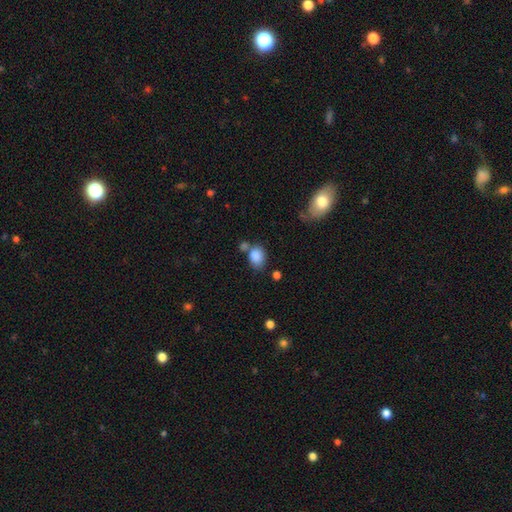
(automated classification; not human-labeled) Smooth or featured?
  - smooth: 86% *
  - star or artifact: 9%
  - featured or disk: 5%
How rounded?
  - in between: 65% *
  - round: 34%
  - cigar-shaped: 1%
Merging?
  - none: 54% *
  - merger: 23%
  - minor disturbance: 17%
  - major disturbance: 6%